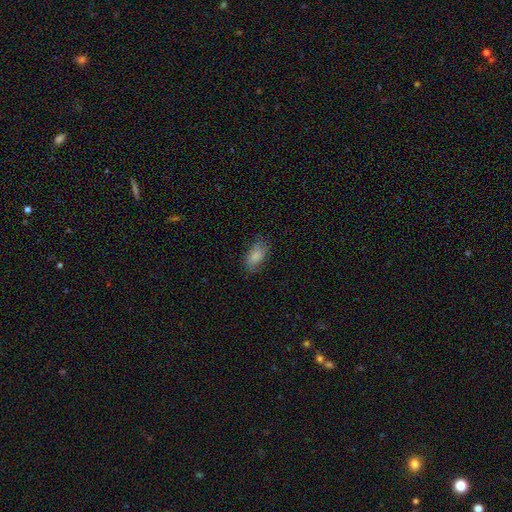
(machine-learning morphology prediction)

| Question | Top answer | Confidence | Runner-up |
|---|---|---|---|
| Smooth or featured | smooth | 80% | featured or disk (12%) |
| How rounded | in between | 92% | round (5%) |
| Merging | none | 71% | minor disturbance (21%) |